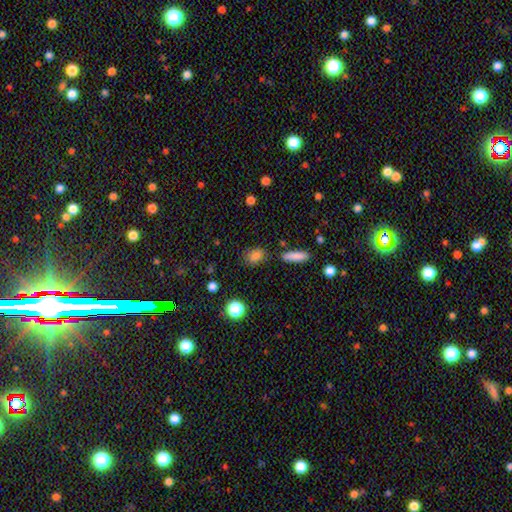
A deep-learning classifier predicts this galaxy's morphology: smooth 80%, star or artifact 12%, featured or disk 8%. Down the decision tree: how rounded — in between (65%); merging — none (77%).